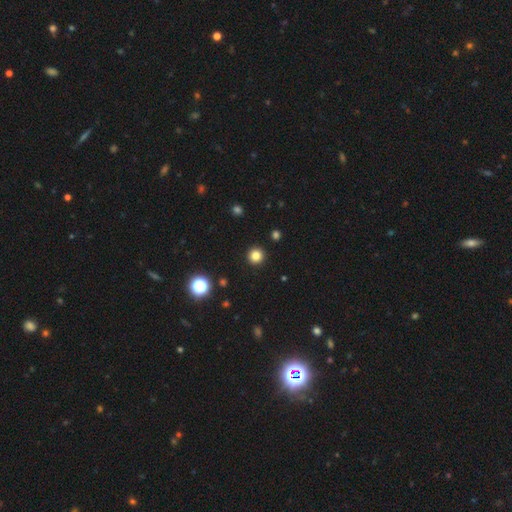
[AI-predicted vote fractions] The model was most divided on "smooth or featured": smooth: 82%, star or artifact: 13%, featured or disk: 4%. More confident: how rounded — round (96%); merging — none (93%).